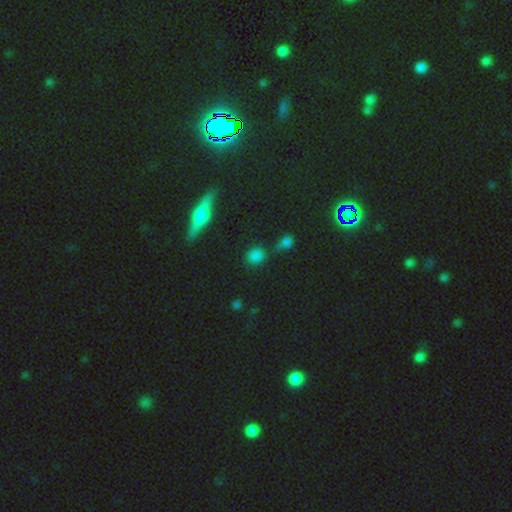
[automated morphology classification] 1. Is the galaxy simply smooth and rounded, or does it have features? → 69% smooth, 23% star or artifact, 8% featured or disk.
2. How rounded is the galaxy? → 74% round, 21% in between, 4% cigar-shaped.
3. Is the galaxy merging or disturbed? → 72% none, 12% minor disturbance, 11% merger, 5% major disturbance.